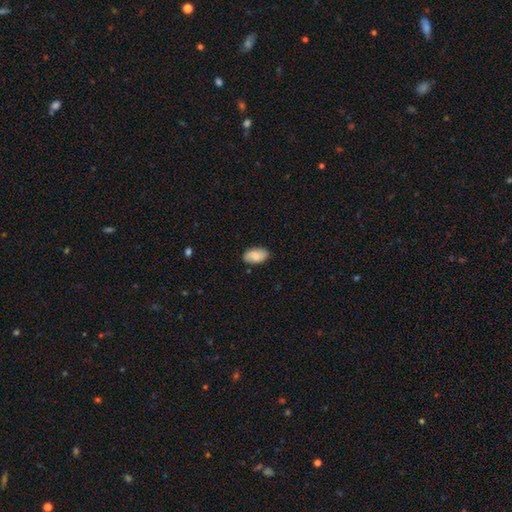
smooth 82%, featured or disk 15%, star or artifact 2%. Down the decision tree: how rounded — in between (97%); merging — none (87%).